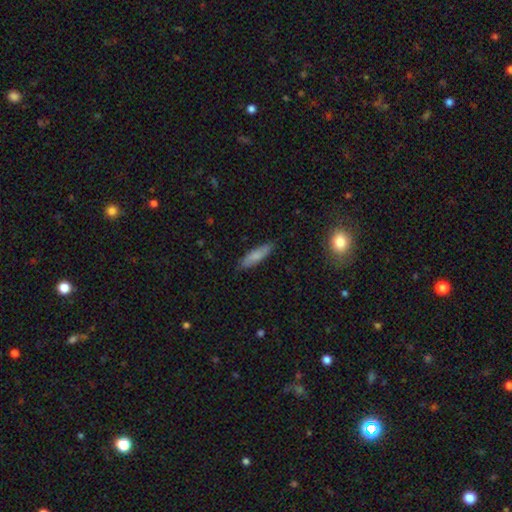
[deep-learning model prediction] Smooth or featured? smooth (79%)
How rounded? cigar-shaped (66%)
Merging? none (85%)